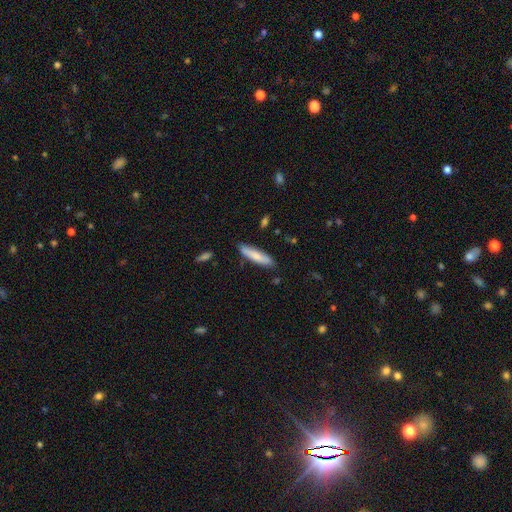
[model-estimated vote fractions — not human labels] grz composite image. It shows a smooth galaxy with no disk features (77%) that is cigar-shaped (78%). Merging: none (85%).